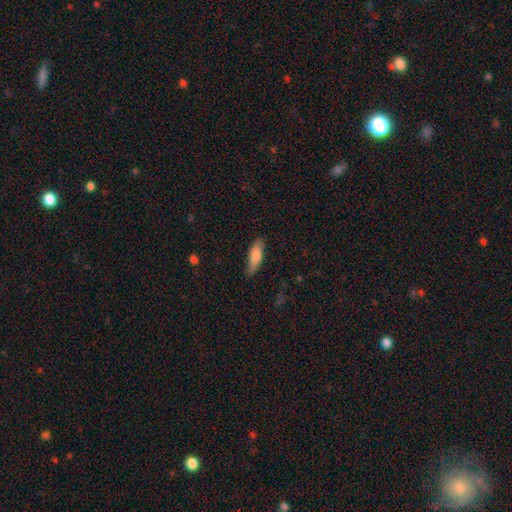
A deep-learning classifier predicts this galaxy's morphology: Smooth or featured? smooth (80%)
How rounded? in between (52%)
Merging? none (79%)